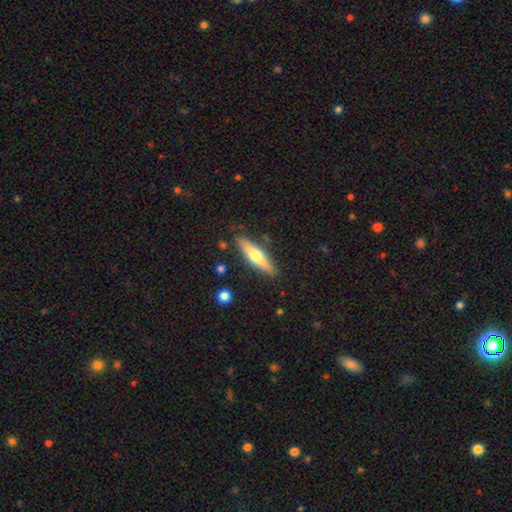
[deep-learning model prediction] This appears to be a smooth galaxy with no disk features (51%) that is cigar-shaped (74%). Merging: none (86%).